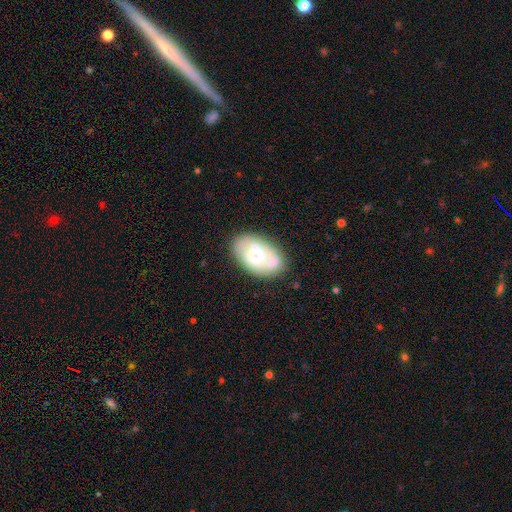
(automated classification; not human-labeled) A featured or disk galaxy (51%).

Vote fractions:
- Smooth or featured? featured or disk: 51% / smooth: 42% / star or artifact: 7%
- Edge-on disk? no: 95% / yes: 5%
- Merging? none: 68% / minor disturbance: 20% / major disturbance: 7% / merger: 6%